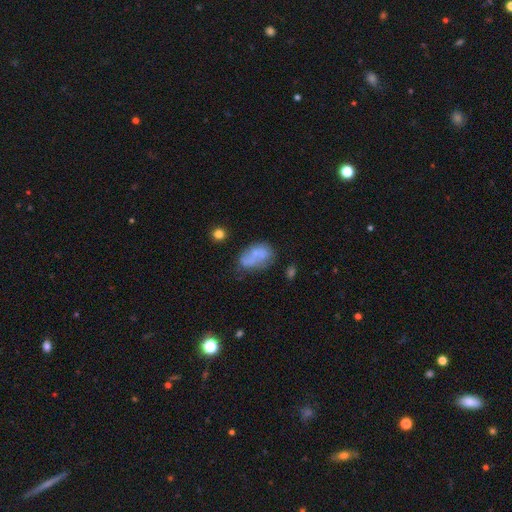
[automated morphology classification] A smooth galaxy with no disk features (57%) that is in between round and cigar-shaped (83%).

Vote fractions:
- Smooth or featured? smooth: 57% / featured or disk: 33% / star or artifact: 10%
- How rounded? in between: 83% / round: 14% / cigar-shaped: 2%
- Merging? none: 36% / merger: 29% / minor disturbance: 22% / major disturbance: 13%